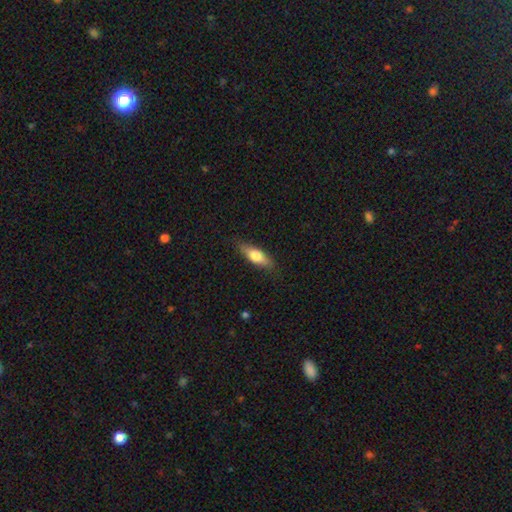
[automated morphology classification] Smooth or featured: smooth — 65% (featured or disk — 29%)
How rounded: in between — 57% (cigar-shaped — 39%)
Merging: none — 82% (minor disturbance — 14%)